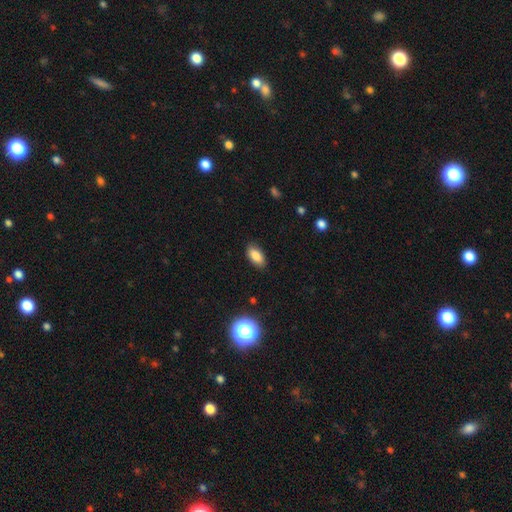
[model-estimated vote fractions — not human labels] smooth-or-featured: smooth: 85% | star or artifact: 9% | featured or disk: 7%
  how-rounded: in between: 90% | cigar-shaped: 6% | round: 4%
  merging: none: 87% | minor disturbance: 10% | major disturbance: 2% | merger: 1%